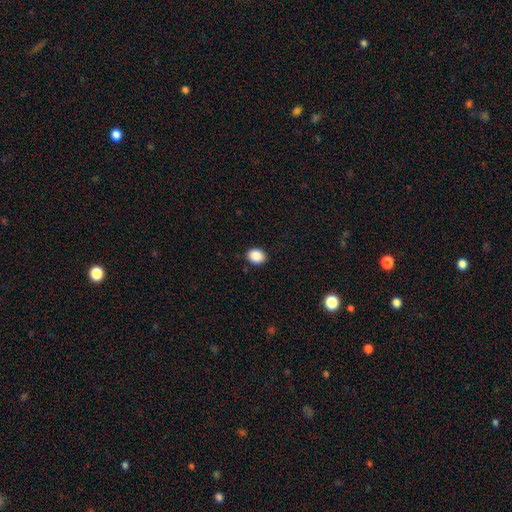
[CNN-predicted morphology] A smooth galaxy with no disk features (87%) that is round (50%). Merging: none (89%).